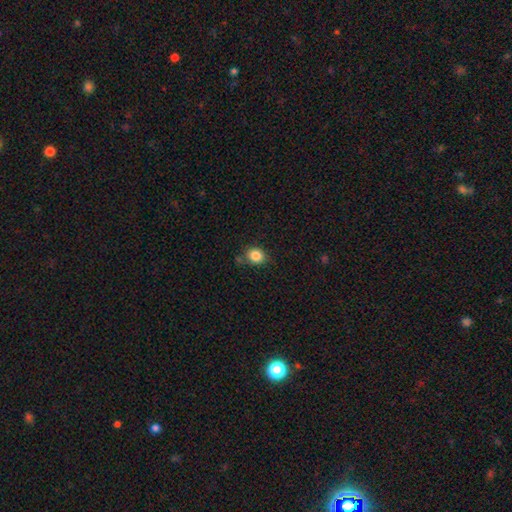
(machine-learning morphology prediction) The model was most divided on "how rounded": round: 65%, in between: 35%, cigar-shaped: 1%. More confident: smooth or featured — smooth (85%); merging — none (76%).